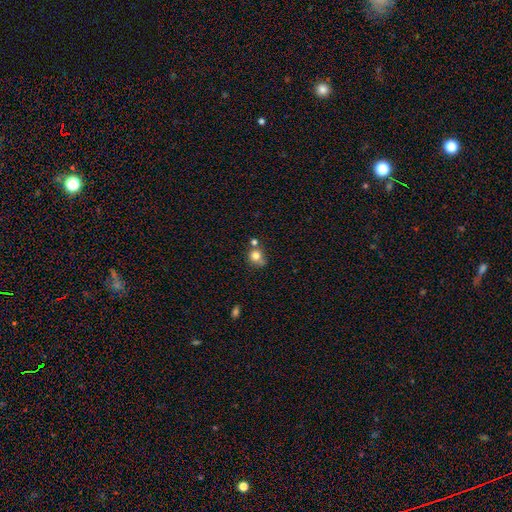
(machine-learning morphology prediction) smooth-or-featured: smooth: 77% | star or artifact: 12% | featured or disk: 11%
  how-rounded: round: 81% | in between: 18% | cigar-shaped: 1%
  merging: none: 52% | merger: 23% | minor disturbance: 18% | major disturbance: 7%